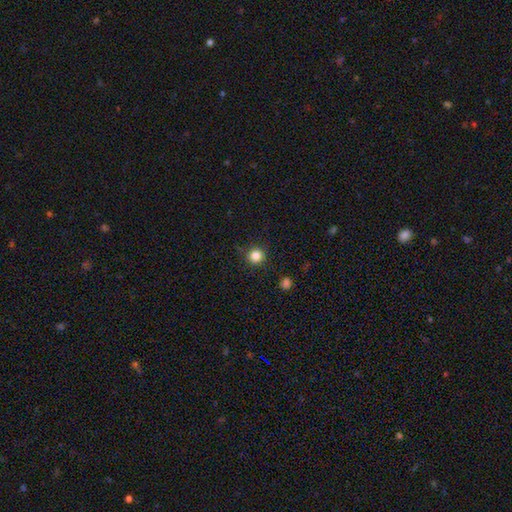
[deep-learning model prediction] smooth 84%, star or artifact 12%, featured or disk 4%. Down the decision tree: how rounded — round (94%); merging — none (89%).